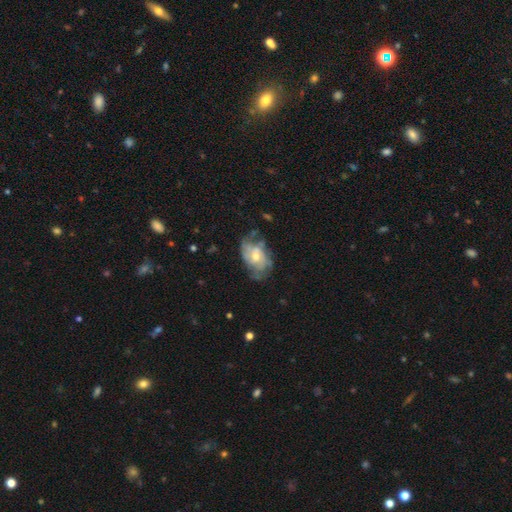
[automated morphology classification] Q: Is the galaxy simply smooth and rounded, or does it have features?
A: featured or disk — 67%.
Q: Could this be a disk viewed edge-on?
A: no — 96%.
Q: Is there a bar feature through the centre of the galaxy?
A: no — 73%.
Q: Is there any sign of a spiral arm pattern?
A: yes — 67%.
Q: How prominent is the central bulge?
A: moderate — 59%.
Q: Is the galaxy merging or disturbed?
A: none — 50%.